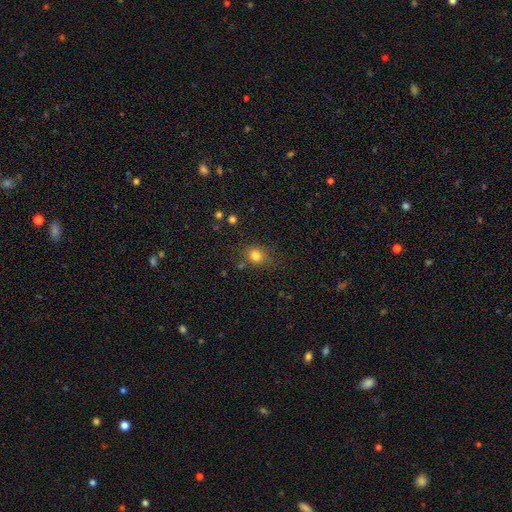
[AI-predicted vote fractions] Q: Smooth or featured?
A: smooth (81%); runner-up: star or artifact (13%)
Q: How rounded?
A: round (64%); runner-up: in between (35%)
Q: Merging?
A: none (74%); runner-up: minor disturbance (16%)